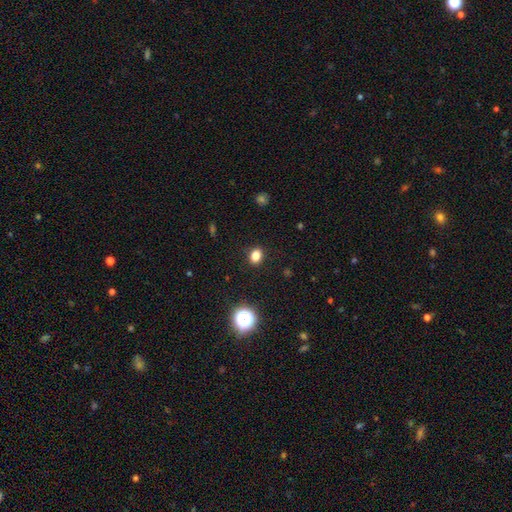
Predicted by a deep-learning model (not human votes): A smooth galaxy with no disk features (82%) that is in between round and cigar-shaped (59%).

Vote fractions:
- Smooth or featured? smooth: 82% / star or artifact: 14% / featured or disk: 5%
- How rounded? in between: 59% / round: 40% / cigar-shaped: 1%
- Merging? none: 89% / minor disturbance: 7% / major disturbance: 2% / merger: 1%